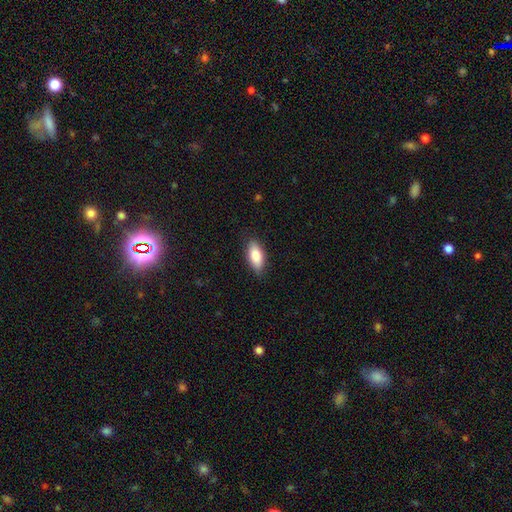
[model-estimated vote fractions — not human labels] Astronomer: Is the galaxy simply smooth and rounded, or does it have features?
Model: smooth — 85%.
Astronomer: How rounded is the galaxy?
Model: in between — 86%.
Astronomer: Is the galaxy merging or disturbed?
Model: none — 85%.